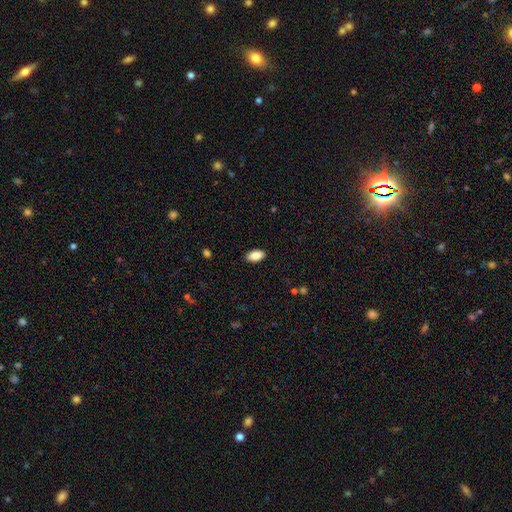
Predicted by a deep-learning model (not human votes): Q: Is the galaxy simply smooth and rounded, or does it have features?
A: smooth — 87%.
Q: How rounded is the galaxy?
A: in between — 93%.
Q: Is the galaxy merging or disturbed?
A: none — 89%.